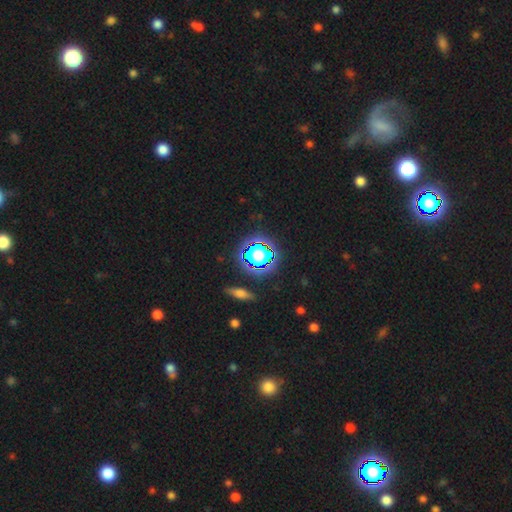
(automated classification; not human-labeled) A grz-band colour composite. It shows a star or artifact, not a galaxy (65%).